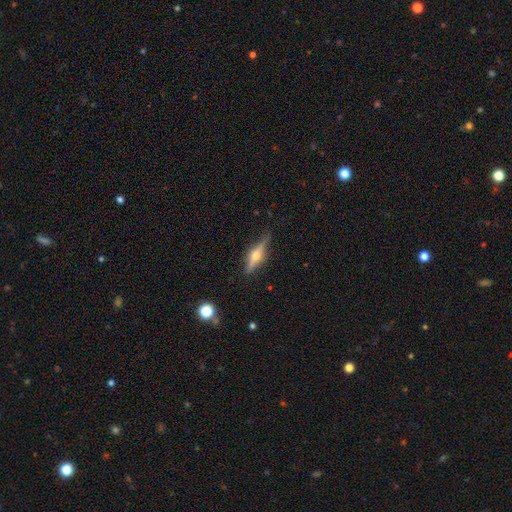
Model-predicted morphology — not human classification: This appears to be a featured or disk galaxy (75%) viewed edge-on (96%) with a rounded central bulge (94%). Merging: none (84%).